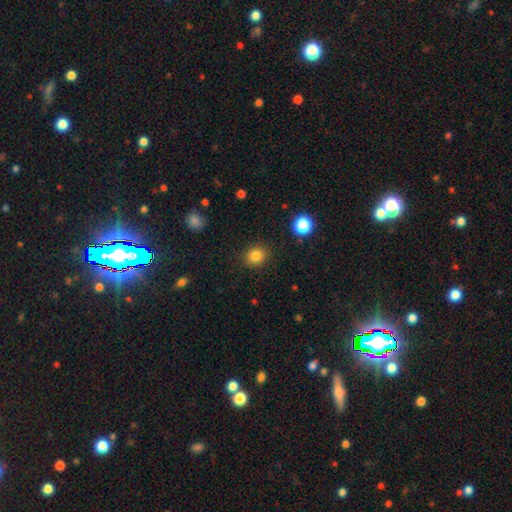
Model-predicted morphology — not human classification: This appears to be a smooth galaxy with no disk features (84%) that is round (80%). Merging: none (89%).